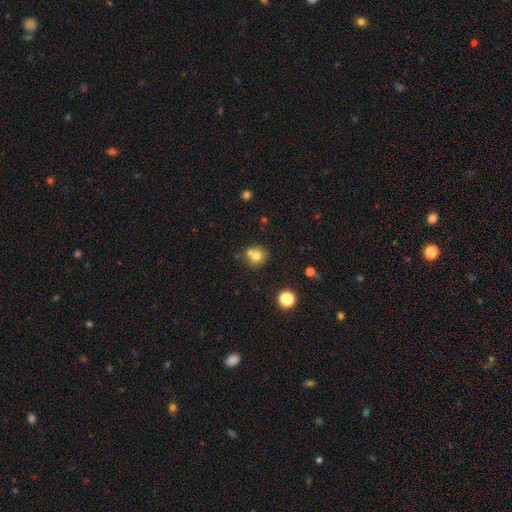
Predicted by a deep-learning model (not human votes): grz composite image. It shows a smooth galaxy with no disk features (74%) that is round (87%). Merging: none (59%).